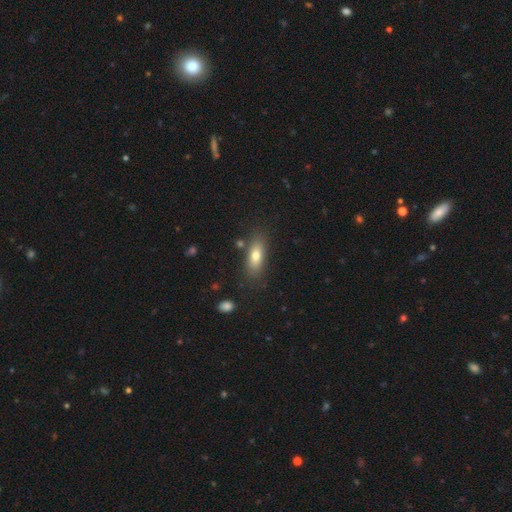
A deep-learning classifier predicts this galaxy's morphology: smooth-or-featured: smooth: 74% | featured or disk: 18% | star or artifact: 8%
  how-rounded: in between: 73% | cigar-shaped: 23% | round: 5%
  merging: none: 78% | minor disturbance: 14% | merger: 5% | major disturbance: 4%